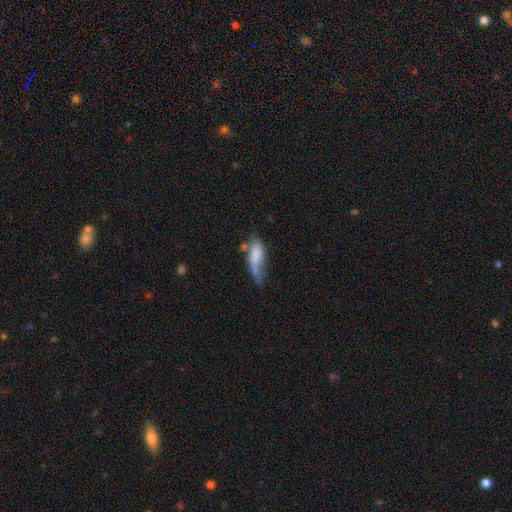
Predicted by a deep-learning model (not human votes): Q: Smooth or featured?
A: smooth (69%); runner-up: featured or disk (23%)
Q: How rounded?
A: in between (65%); runner-up: cigar-shaped (32%)
Q: Merging?
A: minor disturbance (30%); runner-up: none (27%)